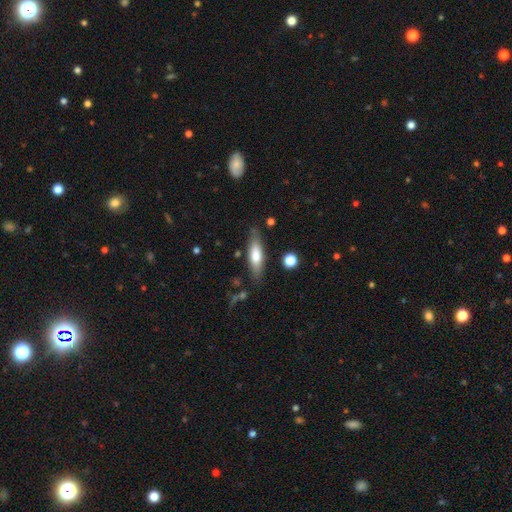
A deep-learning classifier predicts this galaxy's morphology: This appears to be a smooth galaxy with no disk features (66%) that is cigar-shaped (57%). Merging: none (79%).